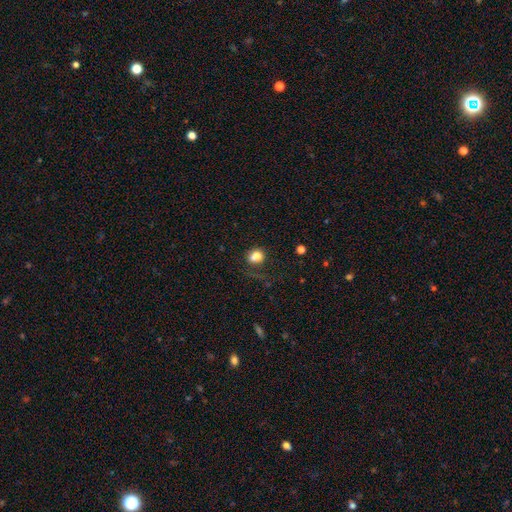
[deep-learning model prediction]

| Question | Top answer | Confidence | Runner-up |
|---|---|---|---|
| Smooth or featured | smooth | 83% | star or artifact (11%) |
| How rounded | in between | 53% | round (45%) |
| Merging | none | 59% | minor disturbance (21%) |